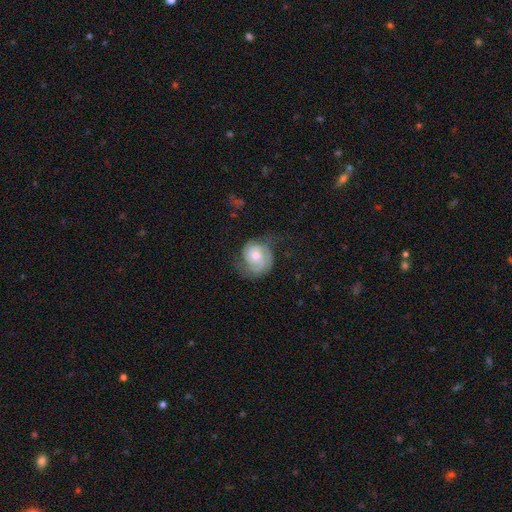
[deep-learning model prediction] Smooth or featured?
  - featured or disk: 68% *
  - smooth: 25%
  - star or artifact: 6%
Edge-on disk?
  - no: 98% *
  - yes: 2%
Bar?
  - no: 69% *
  - weak: 27%
  - strong: 4%
Spiral arms?
  - yes: 92% *
  - no: 8%
Spiral winding?
  - tight: 45% *
  - medium: 39%
  - loose: 16%
Spiral arm count?
  - 2: 63% *
  - can't tell: 14%
  - 1: 11%
  - 3: 8%
  - 4: 2%
  - more than 4: 2%
Bulge size?
  - moderate: 62% *
  - small: 22%
  - large: 11%
  - none: 3%
  - dominant: 2%
Merging?
  - none: 57% *
  - minor disturbance: 25%
  - major disturbance: 17%
  - merger: 1%